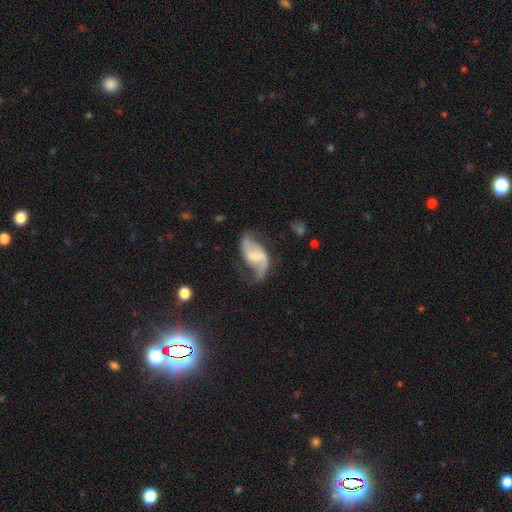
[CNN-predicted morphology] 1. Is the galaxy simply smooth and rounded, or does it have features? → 82% featured or disk, 13% smooth, 6% star or artifact.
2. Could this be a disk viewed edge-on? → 97% no, 3% yes.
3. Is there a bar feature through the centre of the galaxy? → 48% weak, 28% no, 24% strong.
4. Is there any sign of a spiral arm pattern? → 94% yes, 6% no.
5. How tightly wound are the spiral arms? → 65% loose, 28% medium, 7% tight.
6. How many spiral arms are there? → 89% 2, 5% 1, 3% can't tell, 1% 3, 1% 4, 1% more than 4.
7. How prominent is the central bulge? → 37% small, 31% moderate, 23% none, 7% large, 2% dominant.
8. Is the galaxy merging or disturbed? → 58% none, 22% minor disturbance, 17% major disturbance, 3% merger.